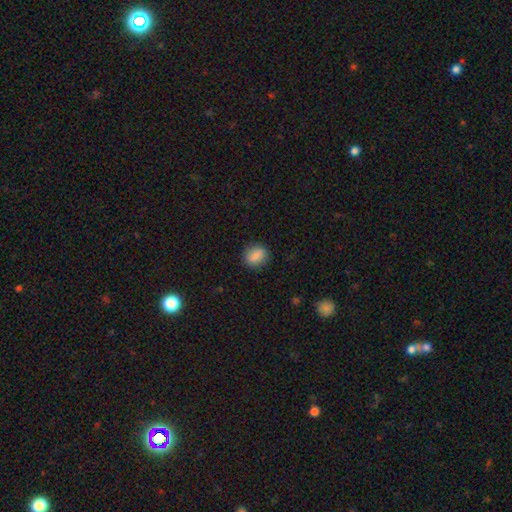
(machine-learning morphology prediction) This appears to be a smooth galaxy with no disk features (87%) that is round (57%). Merging: none (87%).